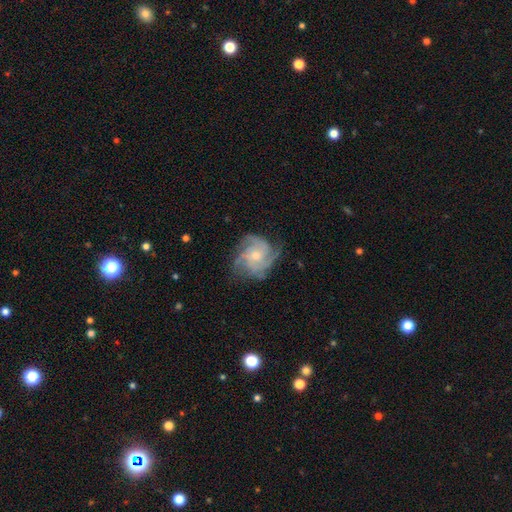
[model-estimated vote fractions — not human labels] The model was most divided on "spiral winding": tight: 45%, medium: 43%, loose: 12%. Remaining: edge-on disk — no (98%); spiral arms — yes (96%); smooth or featured — featured or disk (85%); bar — no (73%); merging — none (68%); bulge size — small (54%); spiral arm count — 4 (33%).